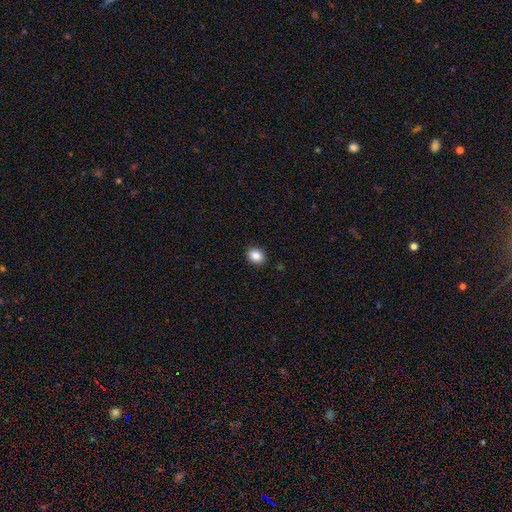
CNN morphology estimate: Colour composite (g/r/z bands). It shows a smooth galaxy with no disk features (87%) that is in between round and cigar-shaped (56%). Merging: none (91%).